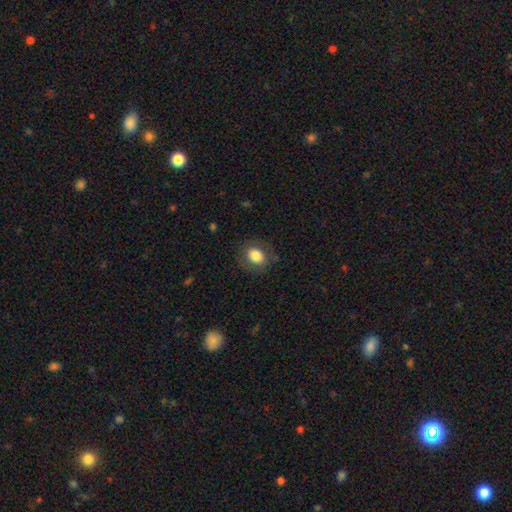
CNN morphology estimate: This is likely a smooth galaxy (80%). How rounded: possibly in between (52%). Merging: clearly none (81%).